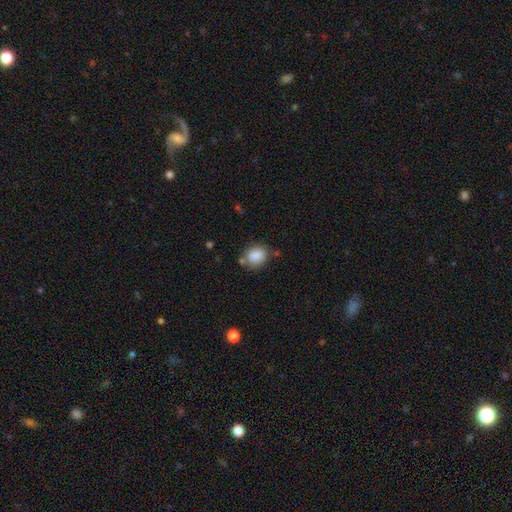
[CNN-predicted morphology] Overall: smooth (86%). How rounded: round (60%; in between 39%). Merging: none (67%).